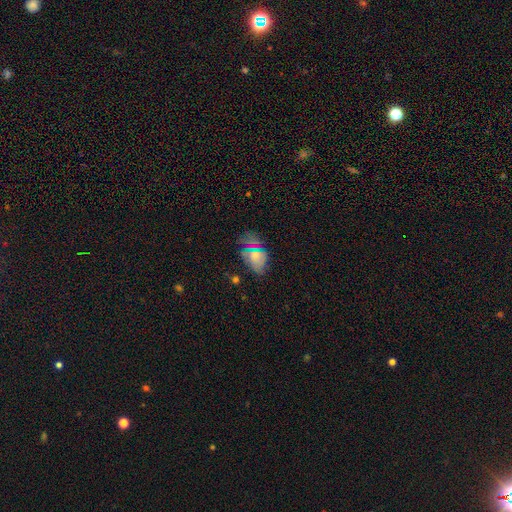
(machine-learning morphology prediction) Smooth or featured?
  - smooth: 61% *
  - star or artifact: 20%
  - featured or disk: 18%
How rounded?
  - in between: 85% *
  - round: 13%
  - cigar-shaped: 2%
Merging?
  - none: 49% *
  - minor disturbance: 27%
  - major disturbance: 17%
  - merger: 6%